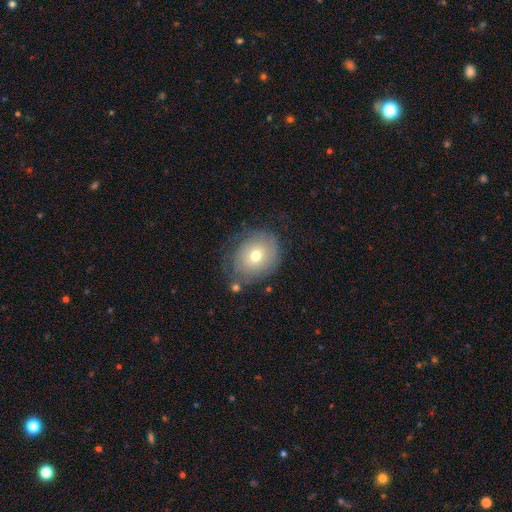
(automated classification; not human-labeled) Smooth or featured?
  - smooth: 57% *
  - featured or disk: 33%
  - star or artifact: 10%
How rounded?
  - round: 56% *
  - in between: 43%
  - cigar-shaped: 1%
Merging?
  - none: 68% *
  - minor disturbance: 21%
  - major disturbance: 8%
  - merger: 3%